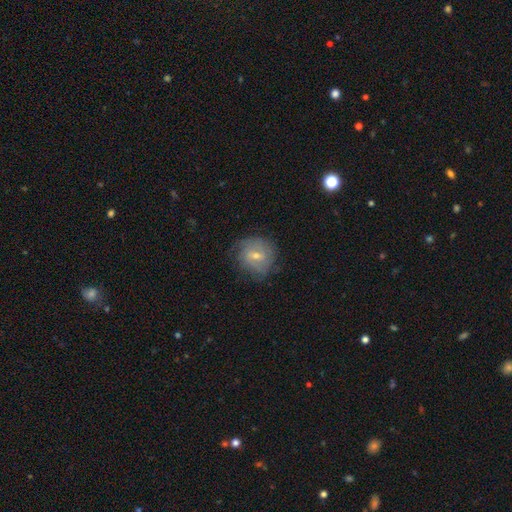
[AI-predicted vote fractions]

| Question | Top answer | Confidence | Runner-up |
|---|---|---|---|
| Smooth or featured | featured or disk | 53% | smooth (35%) |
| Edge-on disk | no | 95% | yes (5%) |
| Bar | weak | 52% | no (33%) |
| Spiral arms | yes | 71% | no (29%) |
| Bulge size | small | 52% | moderate (43%) |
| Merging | none | 73% | minor disturbance (18%) |